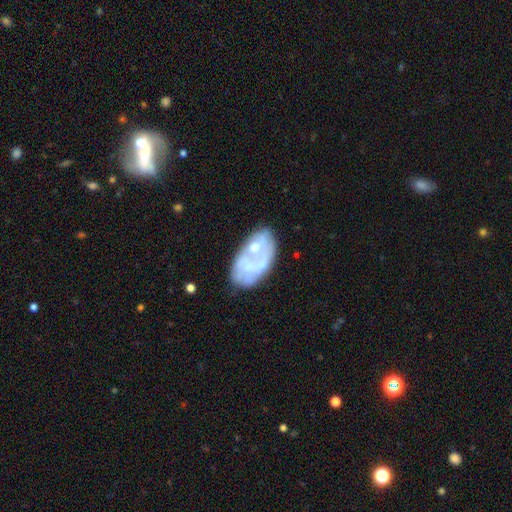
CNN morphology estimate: A featured or disk galaxy (59%) with no bar (82%), no spiral arms (69%) and a small central bulge (39%).

Vote fractions:
- Smooth or featured? featured or disk: 59% / smooth: 33% / star or artifact: 8%
- Edge-on disk? no: 96% / yes: 4%
- Bar? no: 82% / weak: 14% / strong: 4%
- Spiral arms? no: 69% / yes: 31%
- Bulge size? small: 39% / moderate: 33% / none: 23% / large: 3% / dominant: 2%
- Merging? none: 44% / minor disturbance: 23% / merger: 17% / major disturbance: 16%